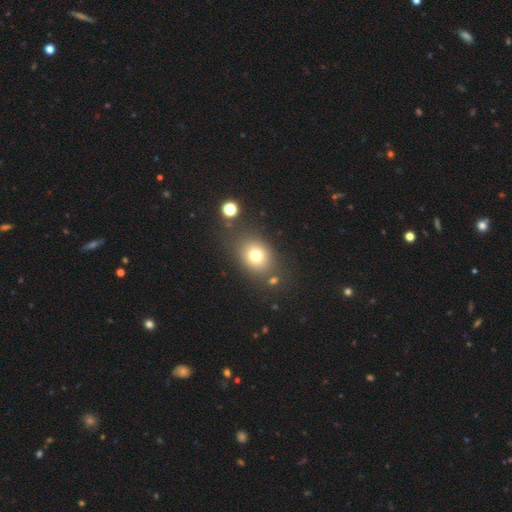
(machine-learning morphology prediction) This is likely a smooth galaxy (76%). How rounded: possibly in between (52%). Merging: likely none (74%).